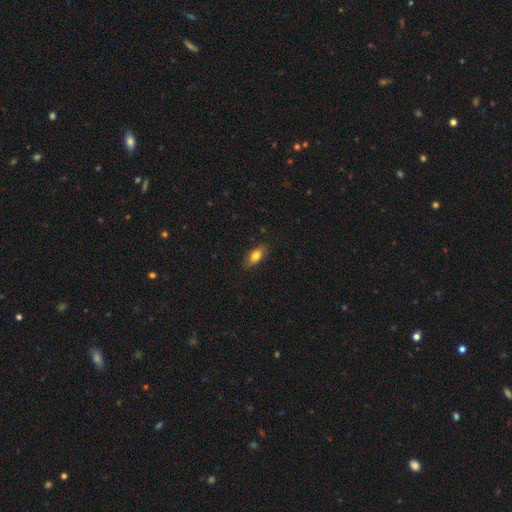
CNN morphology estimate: smooth_or_featured: smooth (p=0.79) [alt: featured or disk p=0.14]
how_rounded: in between (p=0.86) [alt: cigar-shaped p=0.09]
merging: none (p=0.86) [alt: minor disturbance p=0.11]